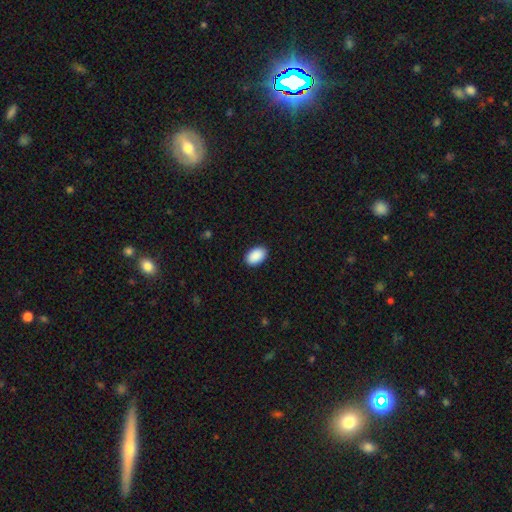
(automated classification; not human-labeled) Smooth or featured? smooth (92%)
How rounded? in between (92%)
Merging? none (90%)